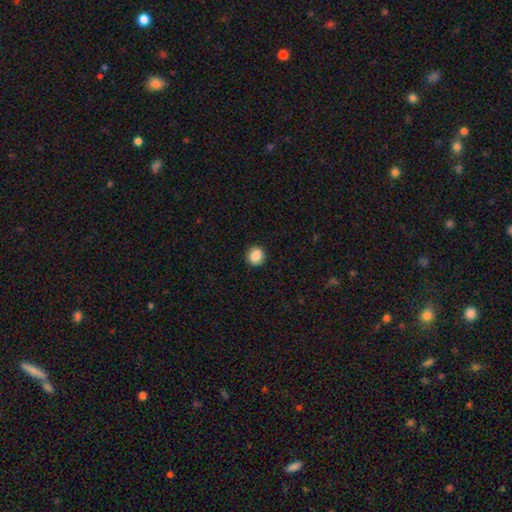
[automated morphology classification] Overall: smooth (86%). How rounded: round (80%). Merging: none (87%).